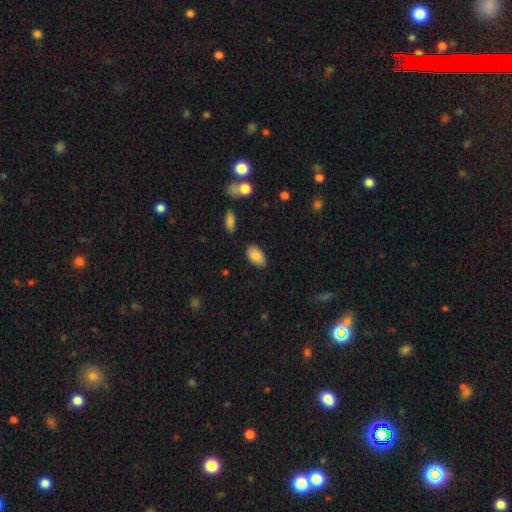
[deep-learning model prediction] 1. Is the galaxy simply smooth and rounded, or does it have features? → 86% smooth, 7% star or artifact, 7% featured or disk.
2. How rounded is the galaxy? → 93% in between, 5% round, 2% cigar-shaped.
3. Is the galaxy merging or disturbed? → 84% none, 11% minor disturbance, 3% major disturbance, 2% merger.